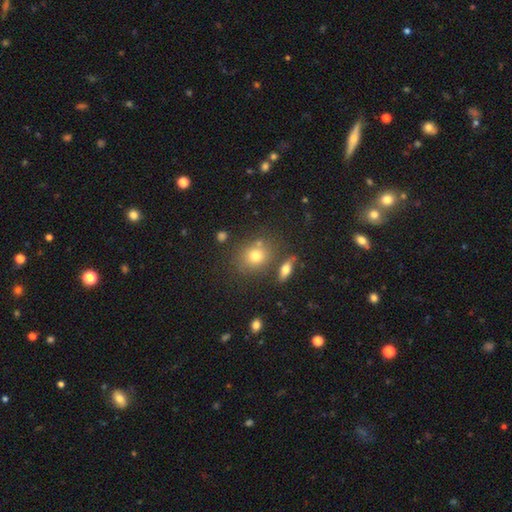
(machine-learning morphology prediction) Smooth or featured?
  - smooth: 74% *
  - star or artifact: 14%
  - featured or disk: 12%
How rounded?
  - round: 63% *
  - in between: 36%
  - cigar-shaped: 2%
Merging?
  - none: 71% *
  - merger: 13%
  - minor disturbance: 12%
  - major disturbance: 4%